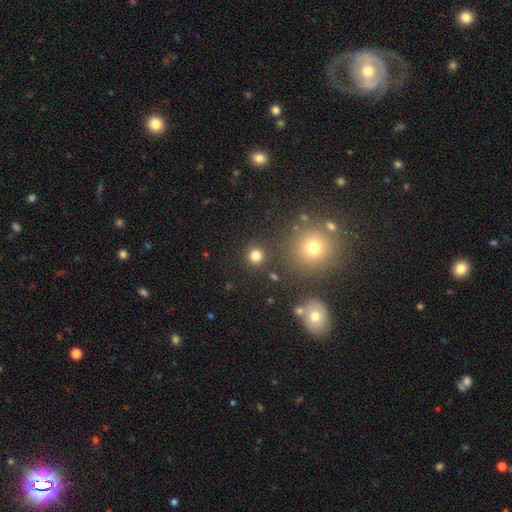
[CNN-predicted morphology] type=smooth (80%); roundness=round (93%); merging=none (88%).